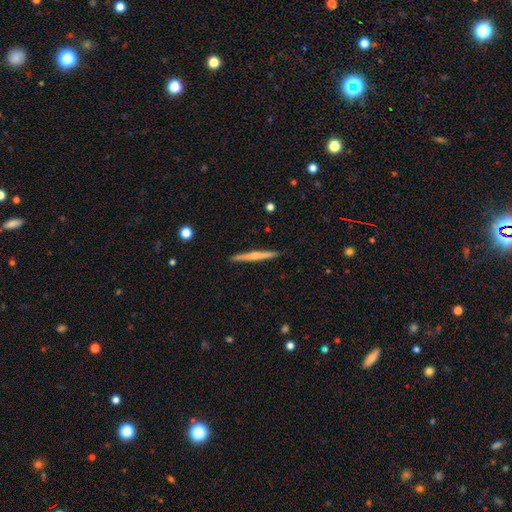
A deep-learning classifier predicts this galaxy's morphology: Smooth or featured?
  - featured or disk: 53% *
  - smooth: 41%
  - star or artifact: 6%
Edge-on disk?
  - yes: 98% *
  - no: 2%
Edge-on bulge?
  - rounded: 57% *
  - none: 36%
  - boxy: 7%
Merging?
  - none: 91% *
  - minor disturbance: 6%
  - major disturbance: 1%
  - merger: 1%